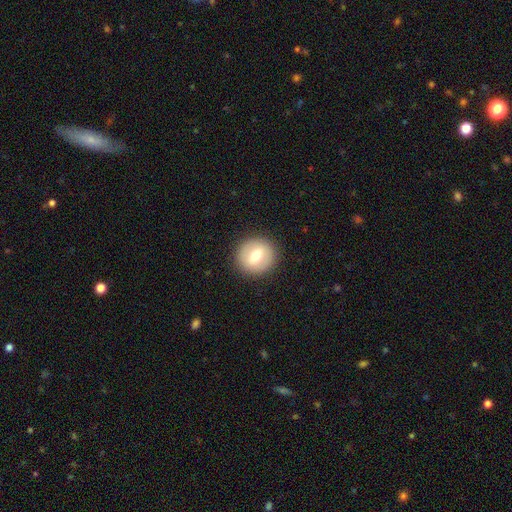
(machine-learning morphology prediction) The model was most divided on "smooth or featured": smooth: 63%, featured or disk: 29%, star or artifact: 8%. More confident: merging — none (90%); how rounded — round (87%).